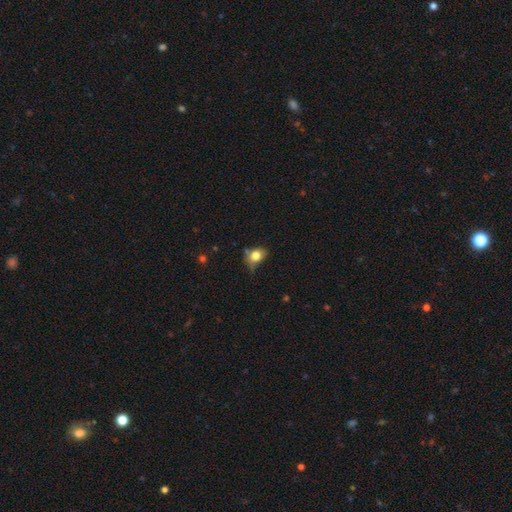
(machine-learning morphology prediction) Smooth or featured? smooth (77%)
How rounded? in between (57%)
Merging? none (42%)